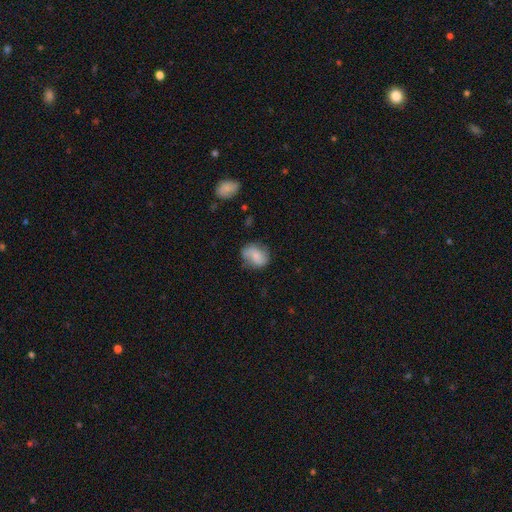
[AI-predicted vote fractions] Smooth or featured? Predicted: smooth (p=0.65). How rounded? Predicted: in between (p=0.55). Merging? Predicted: none (p=0.54).